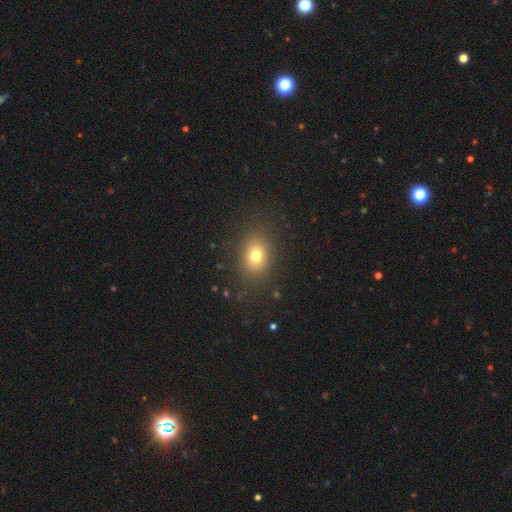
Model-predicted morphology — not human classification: This is likely a smooth galaxy (75%). How rounded: likely in between (60%). Merging: clearly none (85%).